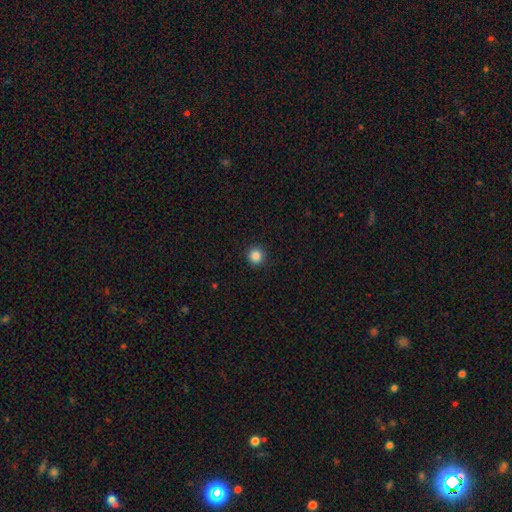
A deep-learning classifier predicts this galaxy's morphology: Smooth or featured?
  - smooth: 86% *
  - star or artifact: 11%
  - featured or disk: 3%
How rounded?
  - round: 95% *
  - in between: 4%
  - cigar-shaped: 1%
Merging?
  - none: 92% *
  - minor disturbance: 5%
  - major disturbance: 2%
  - merger: 1%